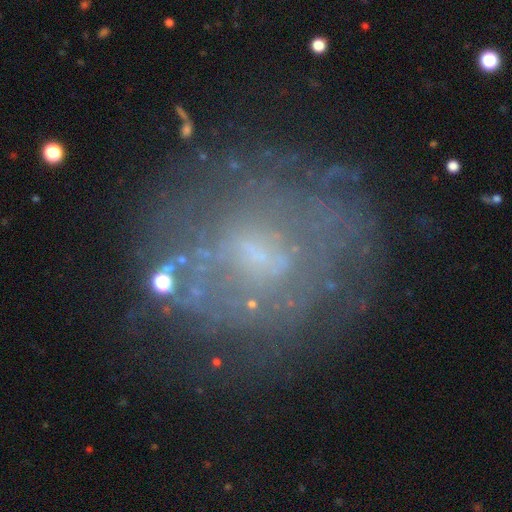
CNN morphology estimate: This appears to be a featured or disk galaxy (63%) with no bar (48%), spiral arms (52%) and a small central bulge (58%). Merging: none (70%).